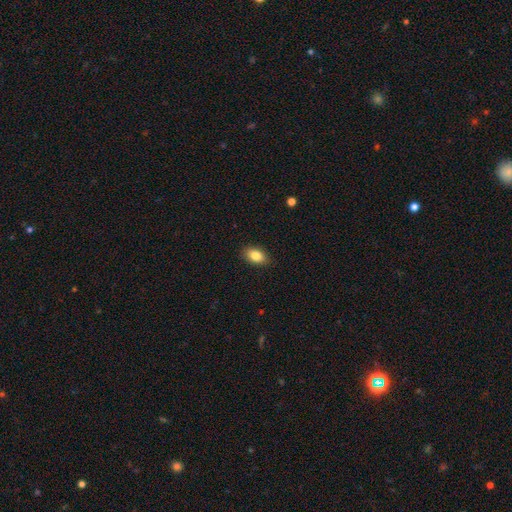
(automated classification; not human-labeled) This is clearly a smooth galaxy (84%). How rounded: clearly in between (89%). Merging: clearly none (89%).